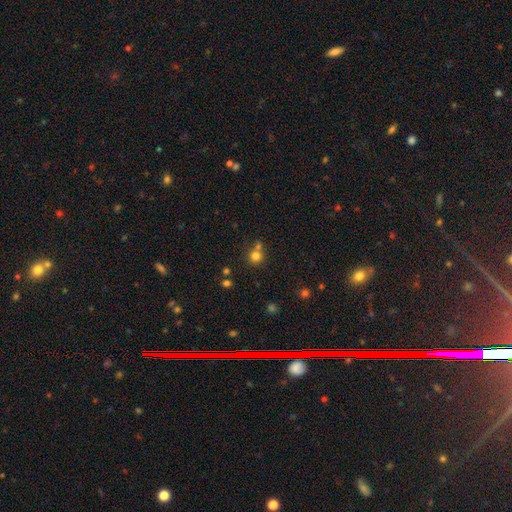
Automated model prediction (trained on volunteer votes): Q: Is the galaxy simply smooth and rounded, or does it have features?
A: smooth — 77%.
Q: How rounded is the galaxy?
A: round — 91%.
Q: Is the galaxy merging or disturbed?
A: none — 60%.